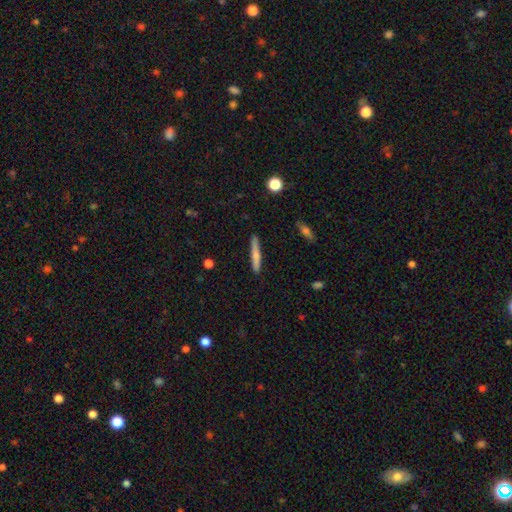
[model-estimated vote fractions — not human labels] Smooth or featured? smooth (69%)
How rounded? cigar-shaped (94%)
Merging? none (88%)